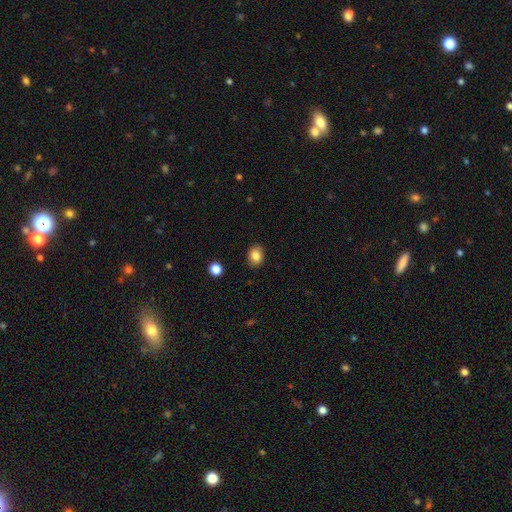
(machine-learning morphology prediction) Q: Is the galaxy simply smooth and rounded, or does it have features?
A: smooth — 85%.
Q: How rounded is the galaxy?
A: in between — 52%.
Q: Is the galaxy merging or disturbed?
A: none — 88%.